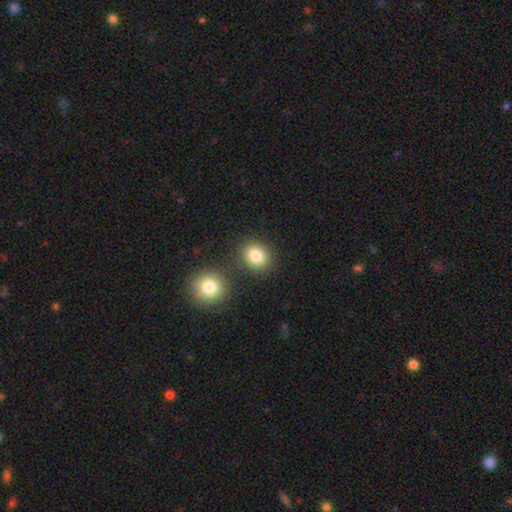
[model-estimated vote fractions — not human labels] Smooth or featured? smooth (83%)
How rounded? round (67%)
Merging? none (76%)